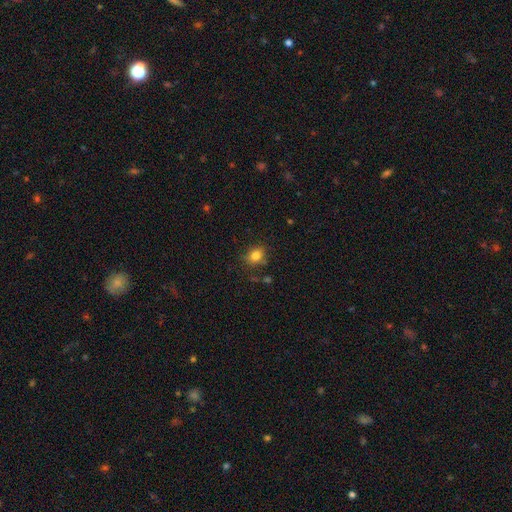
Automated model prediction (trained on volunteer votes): smooth-or-featured: smooth: 82% | star or artifact: 12% | featured or disk: 7%
  how-rounded: round: 58% | in between: 41% | cigar-shaped: 1%
  merging: none: 75% | minor disturbance: 17% | major disturbance: 4% | merger: 3%